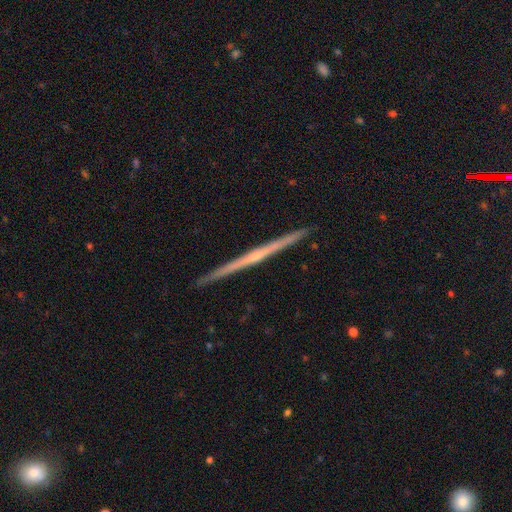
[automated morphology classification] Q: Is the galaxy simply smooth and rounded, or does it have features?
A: featured or disk — 76%.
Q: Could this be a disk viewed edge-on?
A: yes — 98%.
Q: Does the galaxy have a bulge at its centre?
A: none — 58%.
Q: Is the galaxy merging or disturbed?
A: none — 93%.